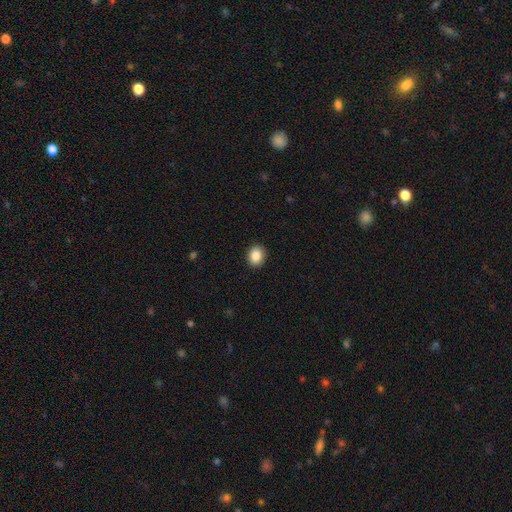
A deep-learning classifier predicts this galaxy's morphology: This appears to be a smooth galaxy with no disk features (87%) that is round (58%). Merging: none (91%).